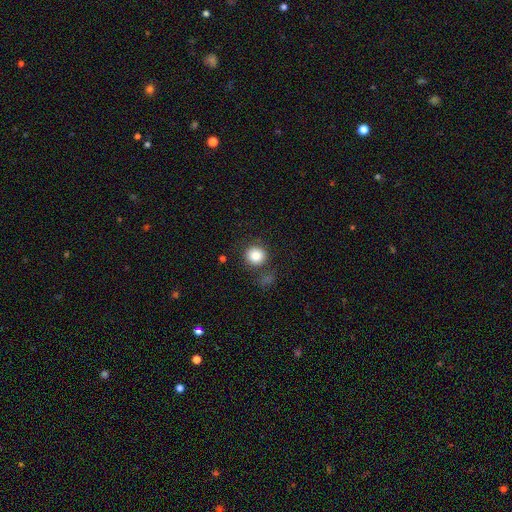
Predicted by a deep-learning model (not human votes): smooth 86%, star or artifact 9%, featured or disk 5%. Down the decision tree: how rounded — round (90%); merging — none (78%).